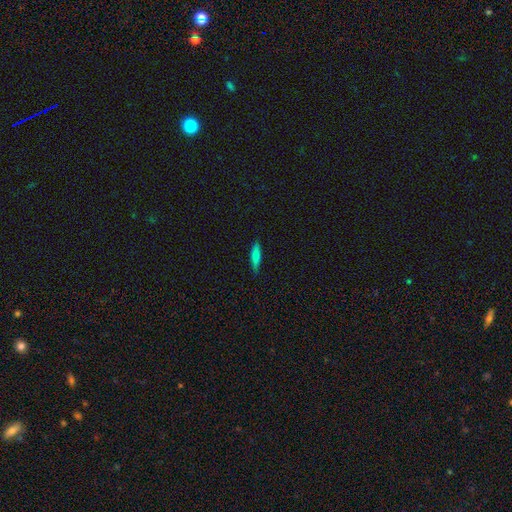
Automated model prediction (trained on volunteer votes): A smooth galaxy with no disk features (67%) that is cigar-shaped (74%). Merging: none (86%).